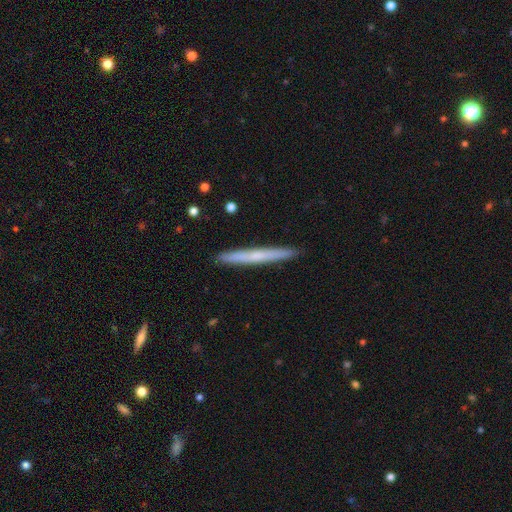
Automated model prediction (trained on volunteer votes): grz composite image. It shows a smooth galaxy with no disk features (51%) that is cigar-shaped (97%). Merging: none (93%).